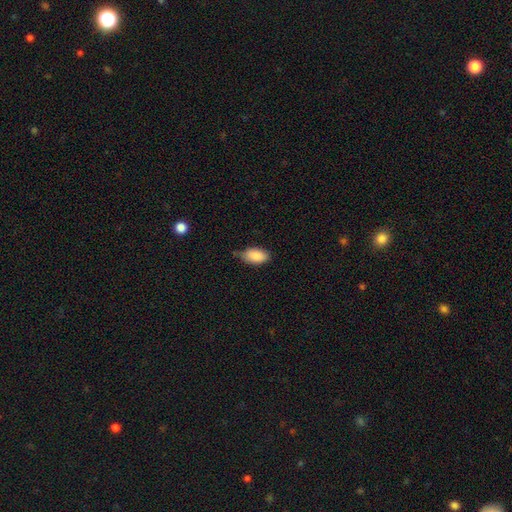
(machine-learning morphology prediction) Smooth or featured? smooth (87%)
How rounded? in between (93%)
Merging? none (54%)